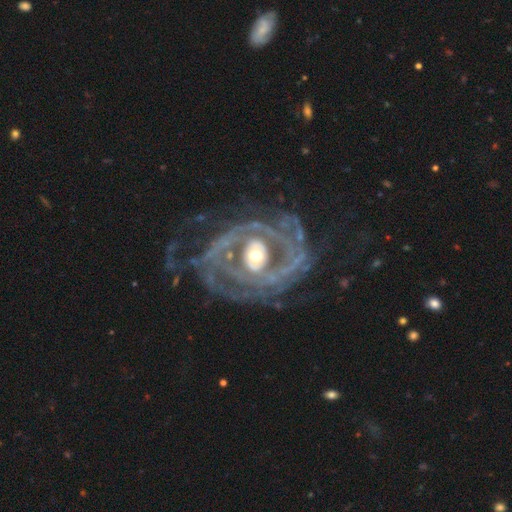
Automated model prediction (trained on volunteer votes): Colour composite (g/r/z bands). It shows a featured or disk galaxy (86%) with no bar (59%), 2 (29%) tight (51%) spiral arms (79%) and a moderate central bulge (60%). Merging: none (58%).